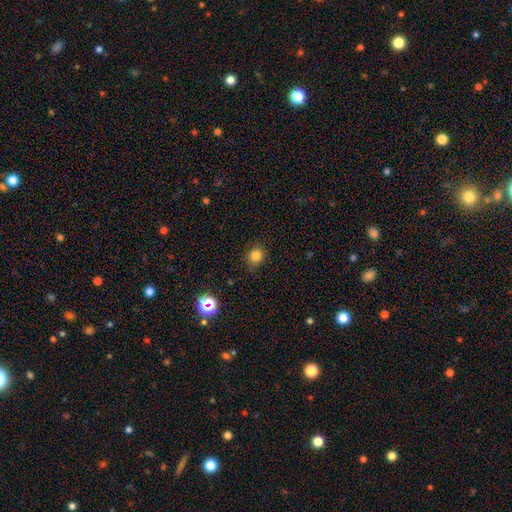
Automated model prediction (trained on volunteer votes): Smooth or featured?
  - smooth: 81% *
  - star or artifact: 14%
  - featured or disk: 5%
How rounded?
  - round: 77% *
  - in between: 22%
  - cigar-shaped: 1%
Merging?
  - none: 84% *
  - minor disturbance: 12%
  - major disturbance: 3%
  - merger: 1%